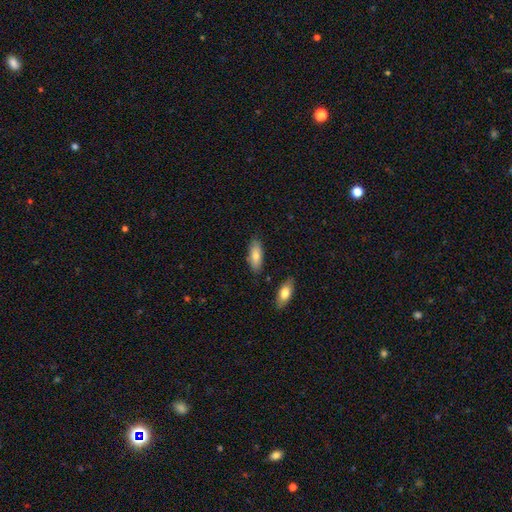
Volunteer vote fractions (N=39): smooth-or-featured: smooth: 69% | featured or disk: 26% | star or artifact: 5%
  how-rounded: in between: 78% | cigar-shaped: 22% | round: 0%
  merging: none: 81% | minor disturbance: 16% | merger: 3% | major disturbance: 0%